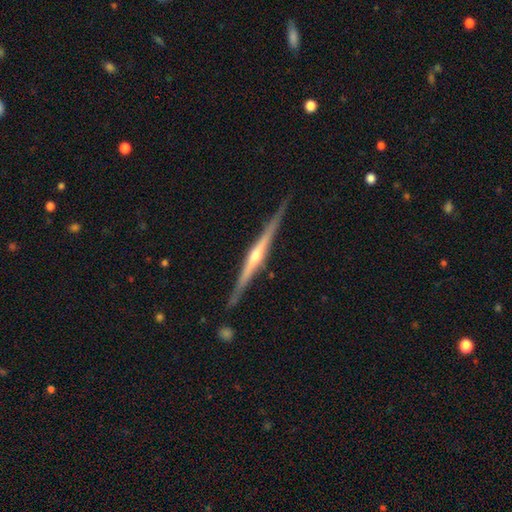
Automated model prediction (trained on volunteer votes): featured or disk 85%, smooth 10%, star or artifact 5%. Down the decision tree: edge-on disk — yes (98%); edge-on bulge — rounded (81%); merging — none (88%).